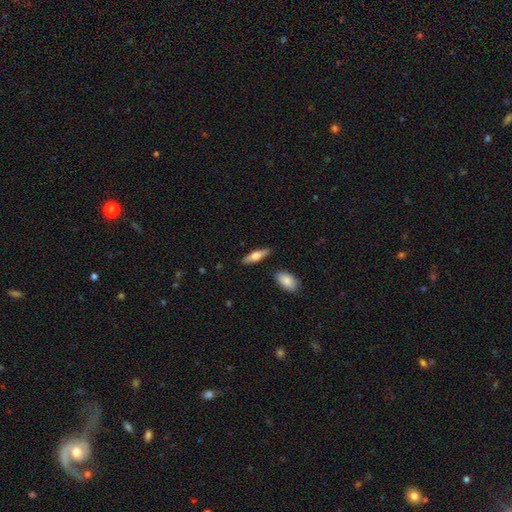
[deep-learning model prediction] smooth_or_featured: smooth (p=0.49) [alt: featured or disk p=0.45]
merging: none (p=0.86) [alt: minor disturbance p=0.09]